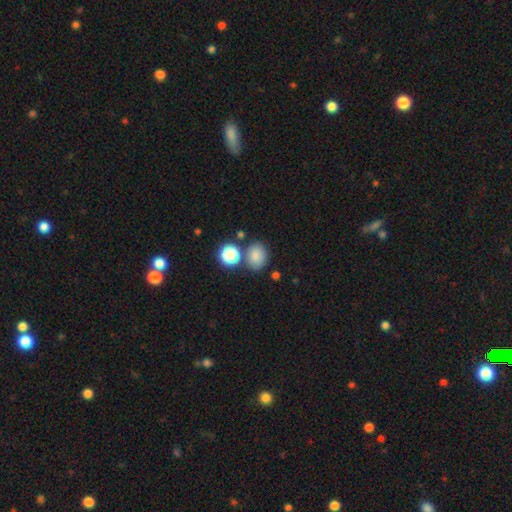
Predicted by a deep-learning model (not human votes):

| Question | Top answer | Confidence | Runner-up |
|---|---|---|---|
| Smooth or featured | smooth | 81% | star or artifact (13%) |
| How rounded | in between | 54% | round (45%) |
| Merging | none | 71% | minor disturbance (13%) |